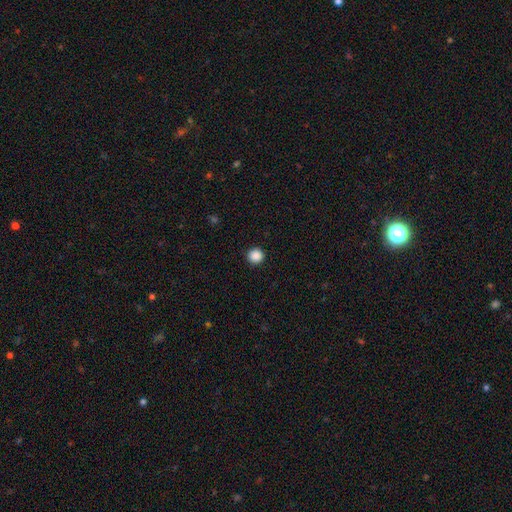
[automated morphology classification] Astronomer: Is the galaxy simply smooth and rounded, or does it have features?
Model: smooth — 88%.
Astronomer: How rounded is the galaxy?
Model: round — 95%.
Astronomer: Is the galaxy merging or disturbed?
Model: none — 92%.